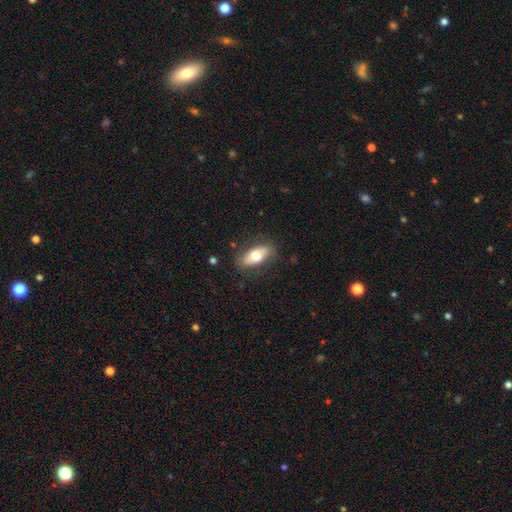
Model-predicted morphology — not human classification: Smooth or featured? smooth (65%)
How rounded? in between (80%)
Merging? none (82%)